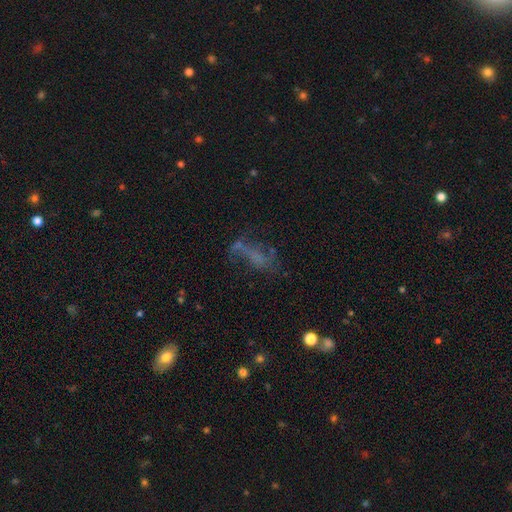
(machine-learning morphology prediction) type=featured or disk (38%); merging=none (36%).